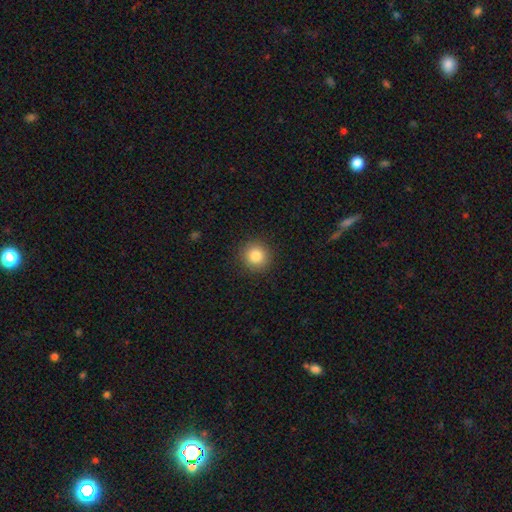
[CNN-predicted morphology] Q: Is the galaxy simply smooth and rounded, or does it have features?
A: smooth — 84%.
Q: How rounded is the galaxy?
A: round — 94%.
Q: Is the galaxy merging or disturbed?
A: none — 91%.